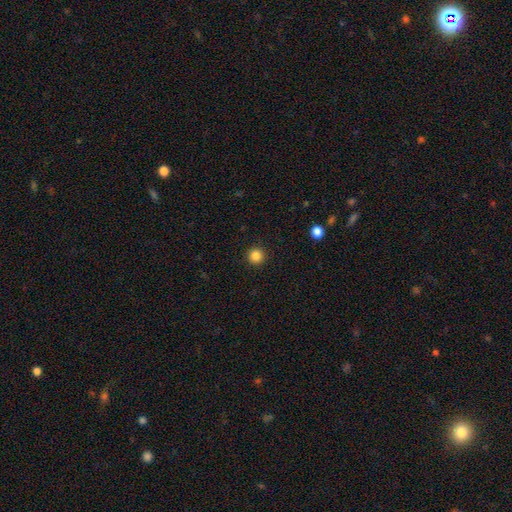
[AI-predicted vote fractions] smooth 85%, star or artifact 11%, featured or disk 3%. Down the decision tree: how rounded — round (95%); merging — none (93%).